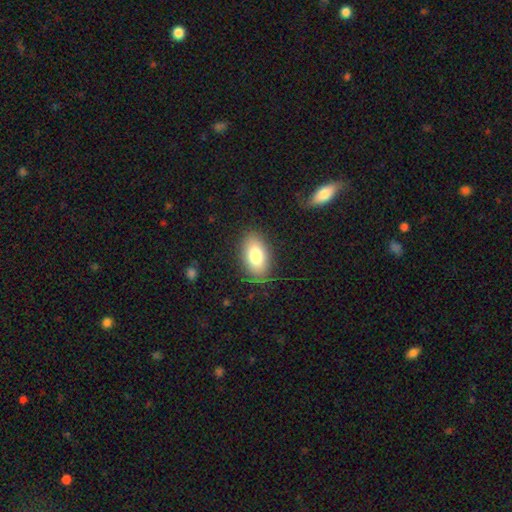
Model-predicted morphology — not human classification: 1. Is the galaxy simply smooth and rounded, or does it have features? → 79% smooth, 14% featured or disk, 8% star or artifact.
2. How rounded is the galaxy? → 92% in between, 6% round, 2% cigar-shaped.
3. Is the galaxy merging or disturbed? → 81% none, 14% minor disturbance, 4% major disturbance, 1% merger.